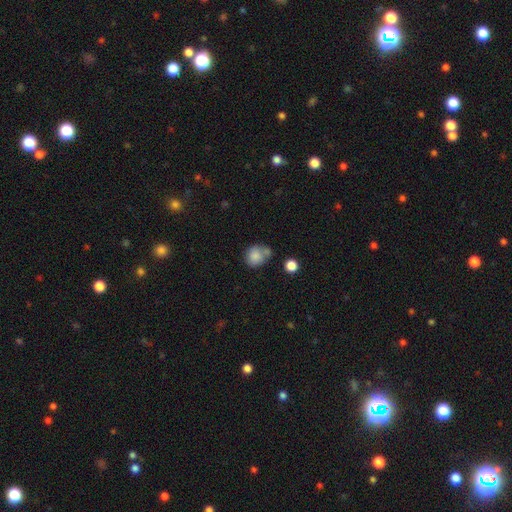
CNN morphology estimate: Smooth or featured: smooth — 83% (star or artifact — 9%)
How rounded: round — 73% (in between — 26%)
Merging: none — 45% (merger — 30%)